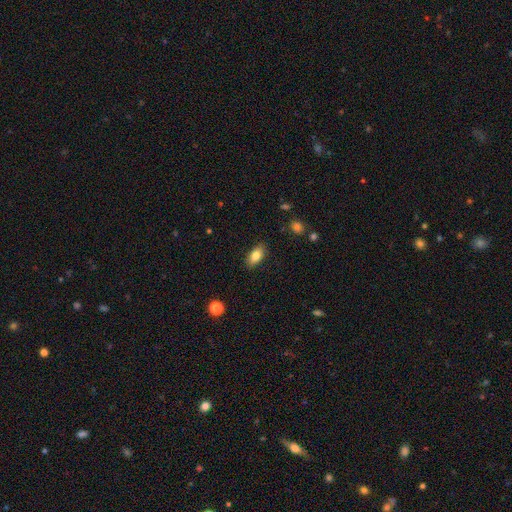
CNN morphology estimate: Q: Smooth or featured?
A: smooth (82%); runner-up: featured or disk (10%)
Q: How rounded?
A: in between (88%); runner-up: cigar-shaped (6%)
Q: Merging?
A: none (87%); runner-up: minor disturbance (10%)